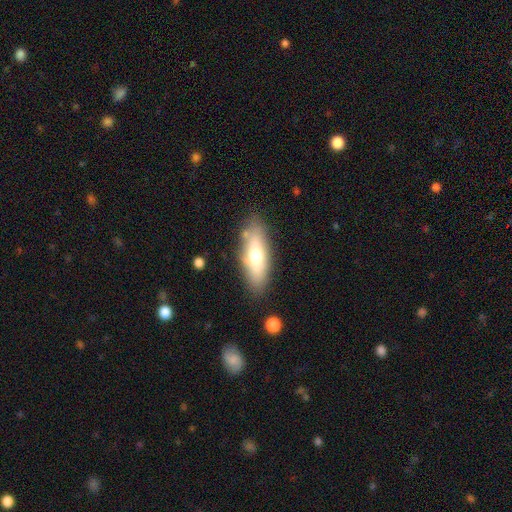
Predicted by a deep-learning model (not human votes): Smooth or featured? Predicted: smooth (p=0.60). How rounded? Predicted: in between (p=0.62). Merging? Predicted: none (p=0.79).